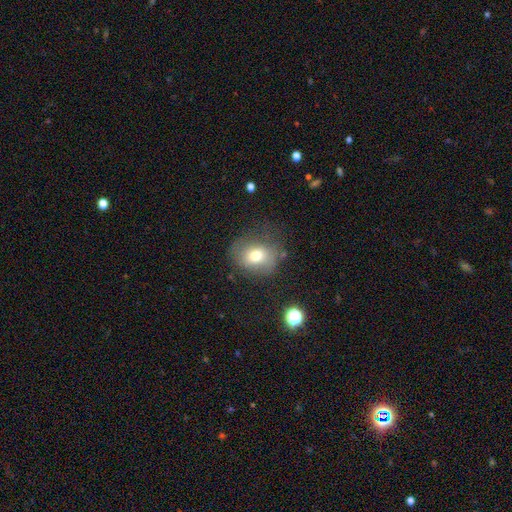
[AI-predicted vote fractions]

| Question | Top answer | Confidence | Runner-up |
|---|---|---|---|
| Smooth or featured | smooth | 69% | featured or disk (20%) |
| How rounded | round | 59% | in between (40%) |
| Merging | none | 61% | minor disturbance (23%) |